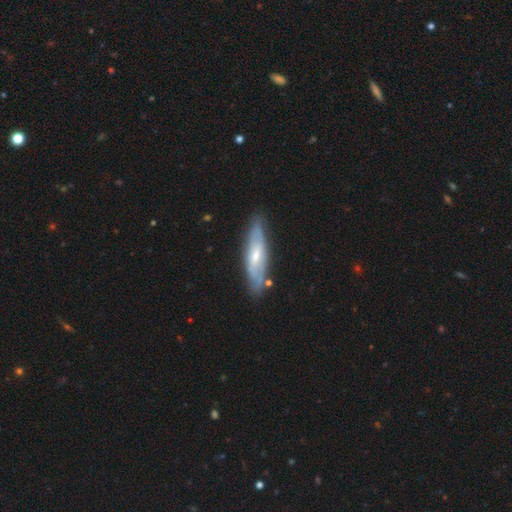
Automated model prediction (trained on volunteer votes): Smooth or featured?
  - featured or disk: 59% *
  - smooth: 35%
  - star or artifact: 6%
Edge-on disk?
  - no: 51% *
  - yes: 49%
Merging?
  - none: 78% *
  - minor disturbance: 16%
  - major disturbance: 3%
  - merger: 3%